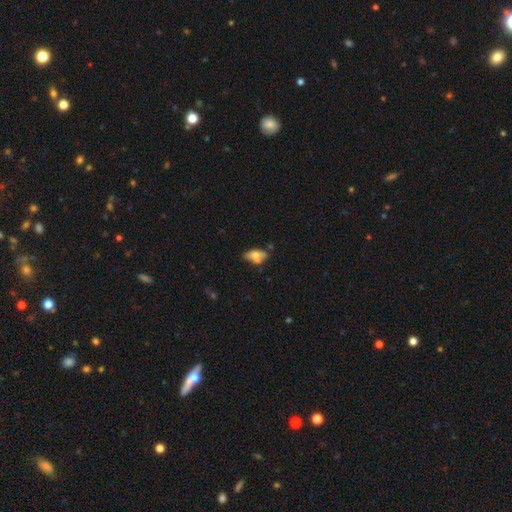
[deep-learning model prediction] The model was most divided on "merging": none: 52%, minor disturbance: 27%, merger: 13%, major disturbance: 8%. More confident: how rounded — in between (84%); smooth or featured — smooth (64%).